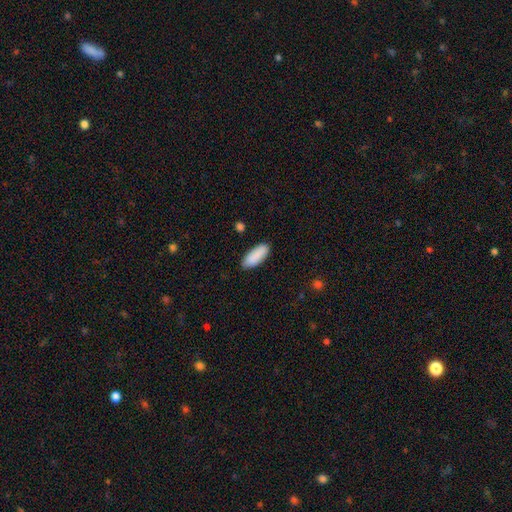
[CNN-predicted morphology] This is clearly a smooth galaxy (90%). How rounded: likely in between (76%). Merging: clearly none (88%).